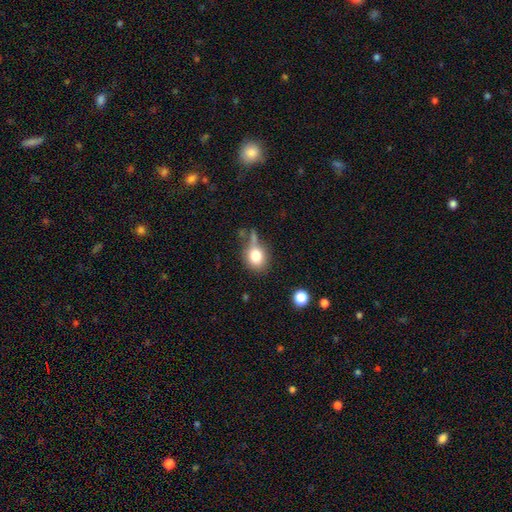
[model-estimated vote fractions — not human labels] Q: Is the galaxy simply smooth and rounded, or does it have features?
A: smooth — 79%.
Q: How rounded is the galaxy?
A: round — 61%.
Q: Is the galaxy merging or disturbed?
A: none — 50%.